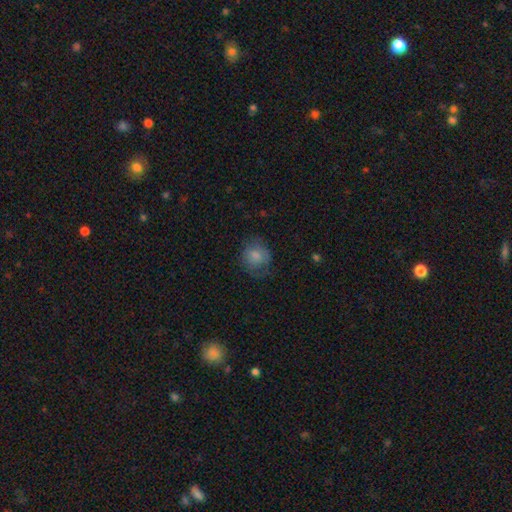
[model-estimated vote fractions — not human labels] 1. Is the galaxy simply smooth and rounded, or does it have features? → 75% smooth, 17% featured or disk, 8% star or artifact.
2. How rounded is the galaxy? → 75% round, 24% in between, 1% cigar-shaped.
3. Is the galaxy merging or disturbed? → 59% none, 25% minor disturbance, 15% major disturbance, 1% merger.